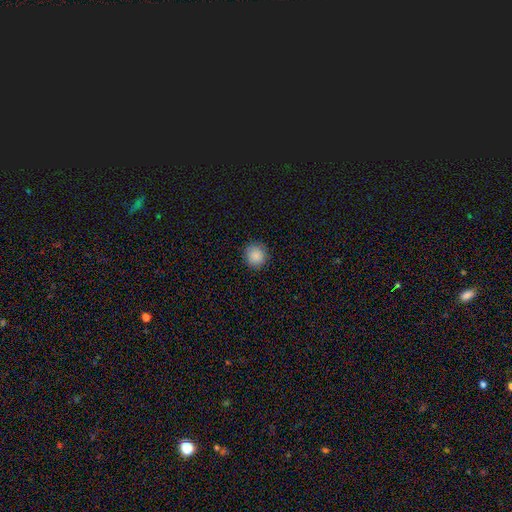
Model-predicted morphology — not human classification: Smooth or featured? smooth (87%)
How rounded? round (90%)
Merging? none (89%)